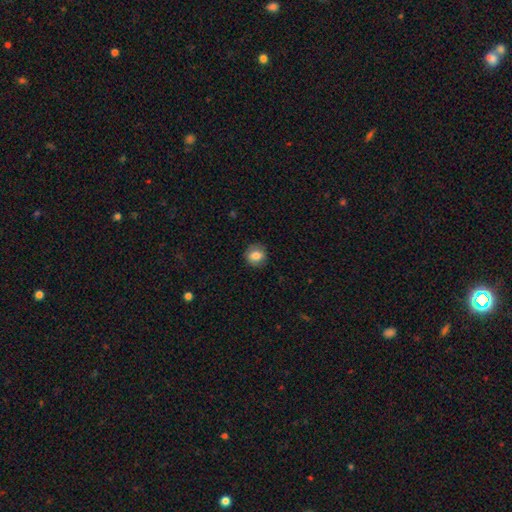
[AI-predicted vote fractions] Morphology: type=smooth (82%); roundness=round (80%); merging=none (86%).